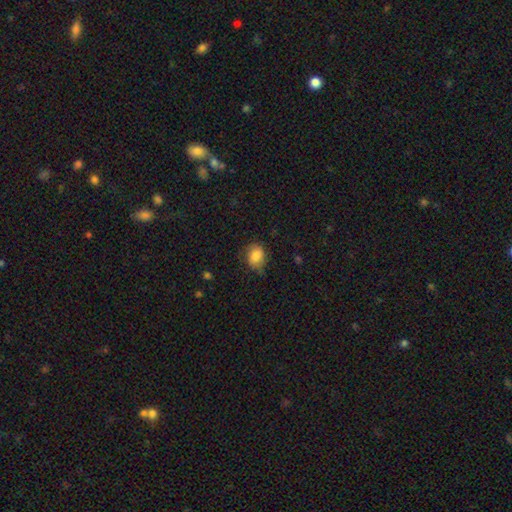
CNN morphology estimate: type=smooth (81%); roundness=in between (56%); merging=none (64%).